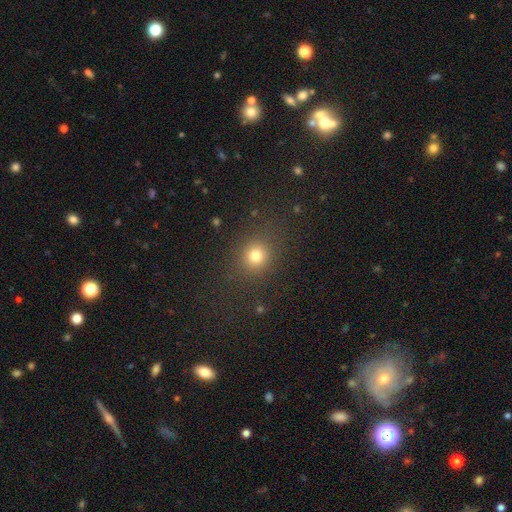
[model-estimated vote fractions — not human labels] Smooth or featured? smooth (77%)
How rounded? round (83%)
Merging? none (84%)